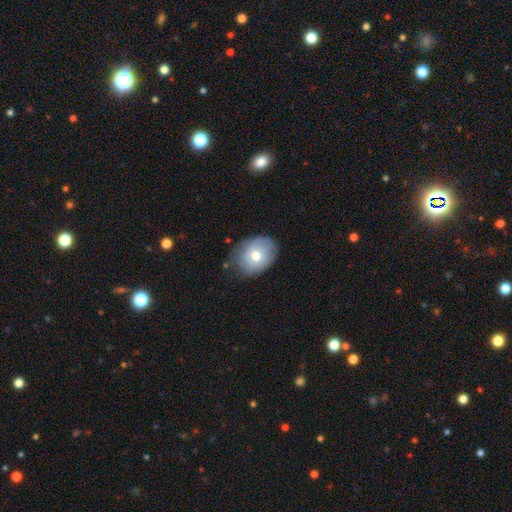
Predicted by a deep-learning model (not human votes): This appears to be a smooth galaxy with no disk features (62%) that is in between round and cigar-shaped (57%). Merging: none (67%).